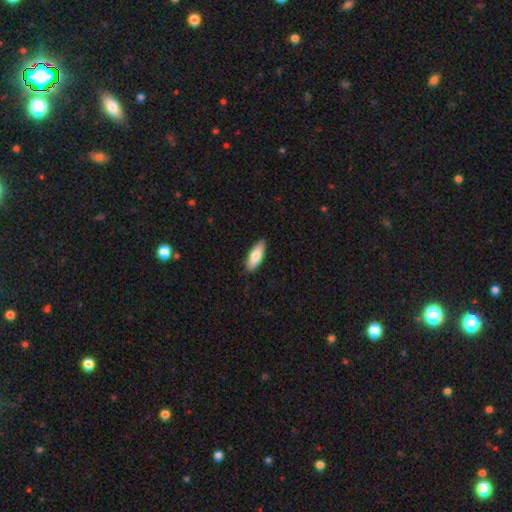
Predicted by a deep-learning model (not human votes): Morphology: type=smooth (77%); roundness=in between (67%); merging=none (89%).